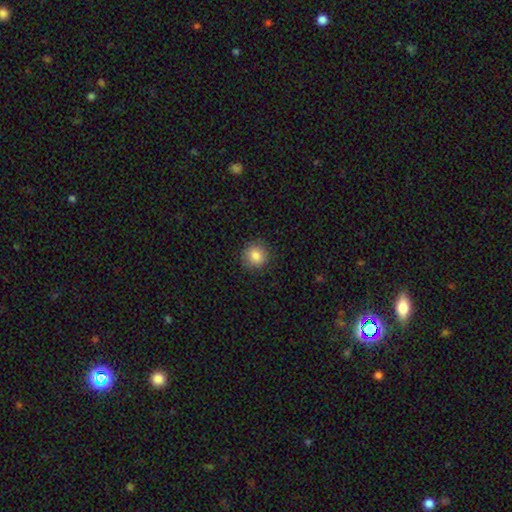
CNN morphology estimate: This is clearly a smooth galaxy (85%). How rounded: clearly round (87%). Merging: clearly none (86%).